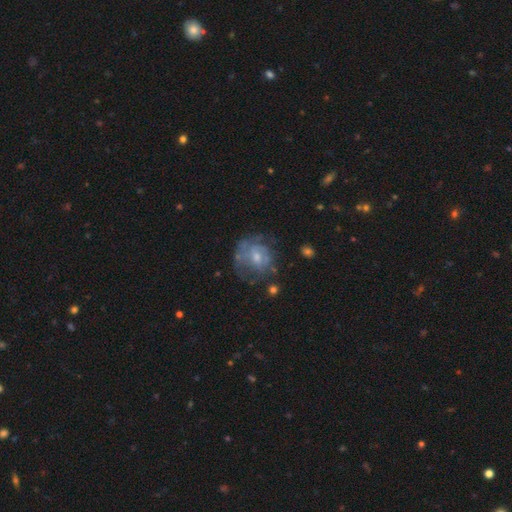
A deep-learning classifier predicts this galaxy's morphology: Smooth or featured? Predicted: featured or disk (p=0.58). Edge-on disk? Predicted: no (p=0.97). Bar? Predicted: no (p=0.64). Spiral arms? Predicted: yes (p=0.56). Bulge size? Predicted: small (p=0.50). Merging? Predicted: none (p=0.58).